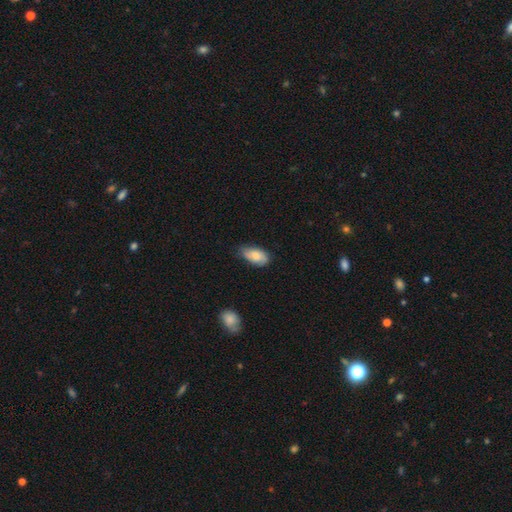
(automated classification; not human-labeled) Smooth or featured? Predicted: smooth (p=0.70). How rounded? Predicted: in between (p=0.92). Merging? Predicted: none (p=0.60).